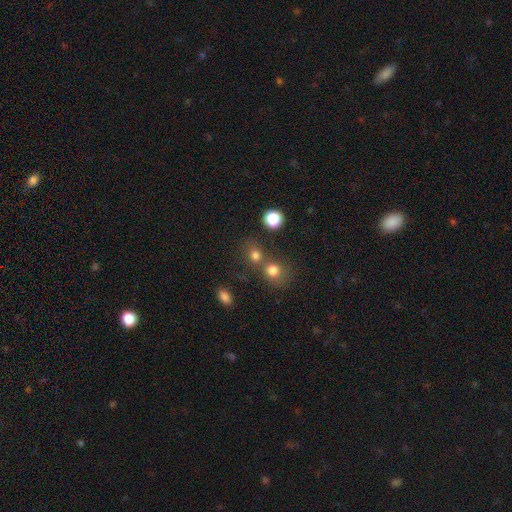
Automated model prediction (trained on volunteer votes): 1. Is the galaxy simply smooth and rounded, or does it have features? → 75% smooth, 17% star or artifact, 8% featured or disk.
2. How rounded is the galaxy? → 80% round, 19% in between, 1% cigar-shaped.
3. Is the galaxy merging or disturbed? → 51% none, 37% merger, 8% minor disturbance, 4% major disturbance.